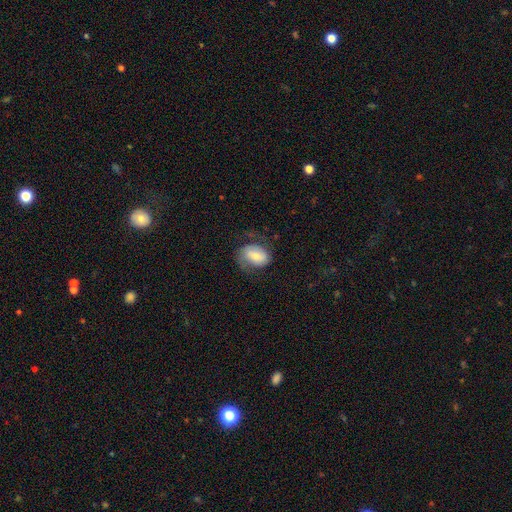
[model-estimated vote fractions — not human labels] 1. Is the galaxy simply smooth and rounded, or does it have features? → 49% smooth, 43% featured or disk, 8% star or artifact.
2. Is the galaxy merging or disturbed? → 53% none, 26% minor disturbance, 20% major disturbance, 2% merger.